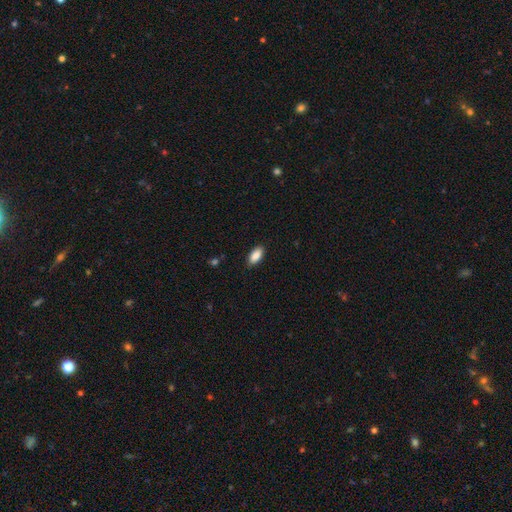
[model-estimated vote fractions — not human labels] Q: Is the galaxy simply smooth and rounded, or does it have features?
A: smooth — 89%.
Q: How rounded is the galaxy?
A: in between — 90%.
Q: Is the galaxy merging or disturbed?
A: none — 87%.